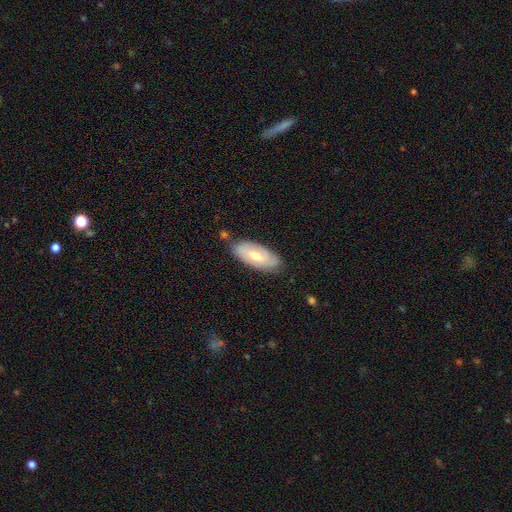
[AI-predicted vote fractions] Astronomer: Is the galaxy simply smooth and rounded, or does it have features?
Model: featured or disk — 53% (runner-up: smooth, 41%).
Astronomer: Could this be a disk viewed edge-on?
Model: no — 85%.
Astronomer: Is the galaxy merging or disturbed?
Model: none — 73%.